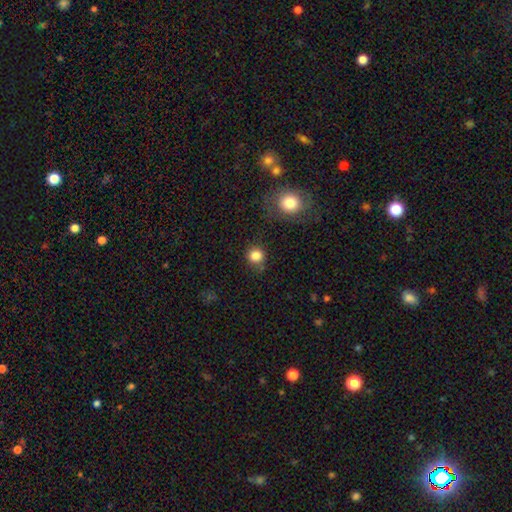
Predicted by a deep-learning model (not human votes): smooth-or-featured: smooth: 84% | star or artifact: 11% | featured or disk: 5%
  how-rounded: round: 90% | in between: 9% | cigar-shaped: 1%
  merging: none: 77% | minor disturbance: 14% | major disturbance: 4% | merger: 4%